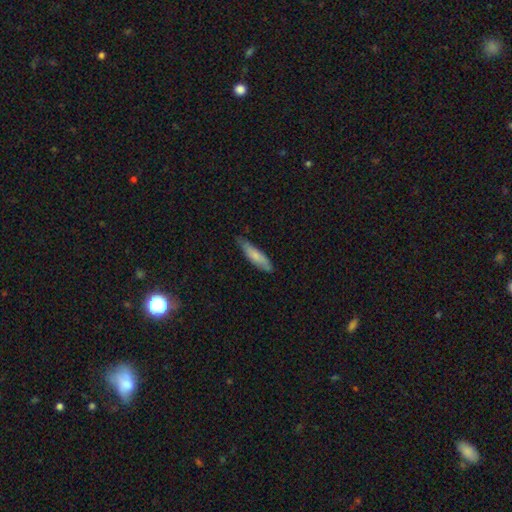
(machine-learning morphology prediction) Q: Smooth or featured?
A: smooth (75%); runner-up: featured or disk (20%)
Q: How rounded?
A: cigar-shaped (68%); runner-up: in between (31%)
Q: Merging?
A: none (70%); runner-up: minor disturbance (25%)